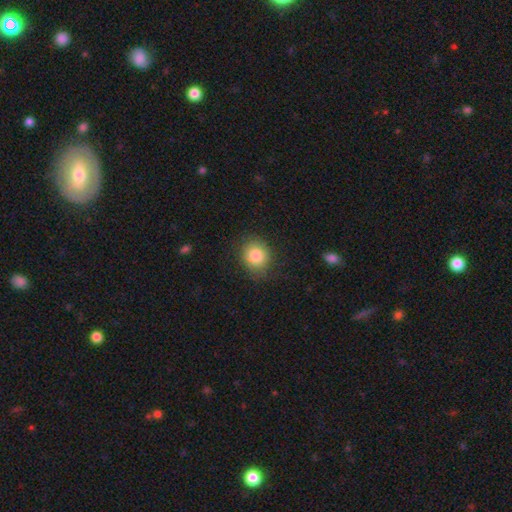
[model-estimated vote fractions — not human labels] The model was most divided on "how rounded": round: 76%, in between: 23%, cigar-shaped: 1%. More confident: smooth or featured — smooth (83%); merging — none (80%).